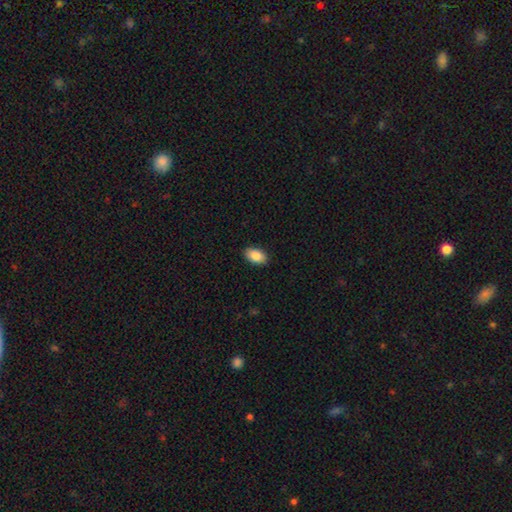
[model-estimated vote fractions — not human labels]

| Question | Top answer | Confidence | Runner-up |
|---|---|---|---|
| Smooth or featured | smooth | 87% | star or artifact (7%) |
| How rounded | in between | 92% | round (7%) |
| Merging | none | 89% | minor disturbance (8%) |